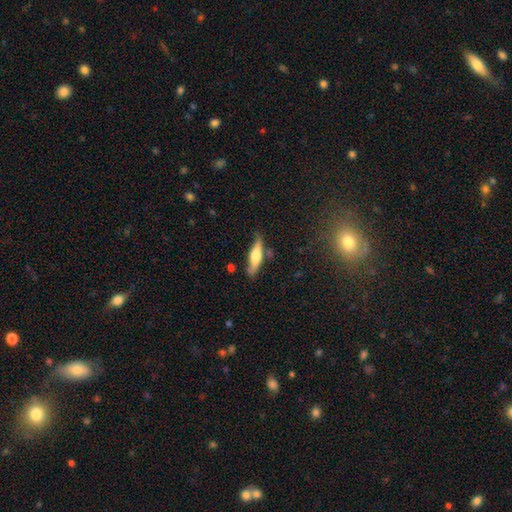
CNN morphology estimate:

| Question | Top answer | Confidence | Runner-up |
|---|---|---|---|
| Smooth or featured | smooth | 58% | featured or disk (36%) |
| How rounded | cigar-shaped | 66% | in between (32%) |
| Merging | none | 71% | minor disturbance (19%) |